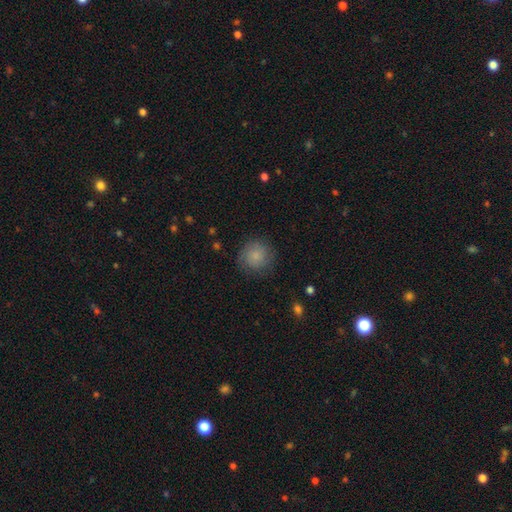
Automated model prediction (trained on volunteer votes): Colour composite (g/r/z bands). It shows a smooth galaxy with no disk features (77%) that is round (91%). Merging: none (79%).